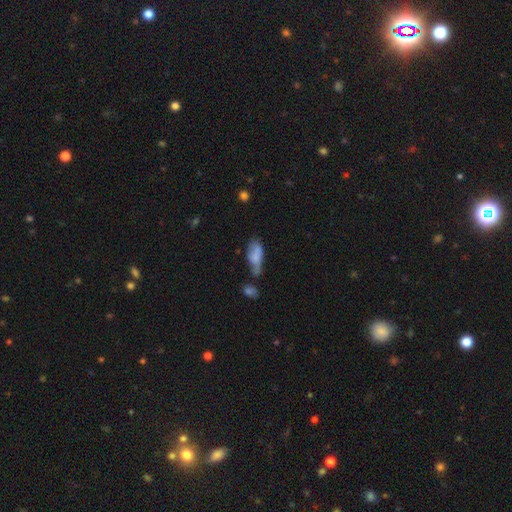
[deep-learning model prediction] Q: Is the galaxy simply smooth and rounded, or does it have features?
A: smooth — 72%.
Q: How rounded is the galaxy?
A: in between — 84%.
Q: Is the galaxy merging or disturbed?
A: none — 31%.